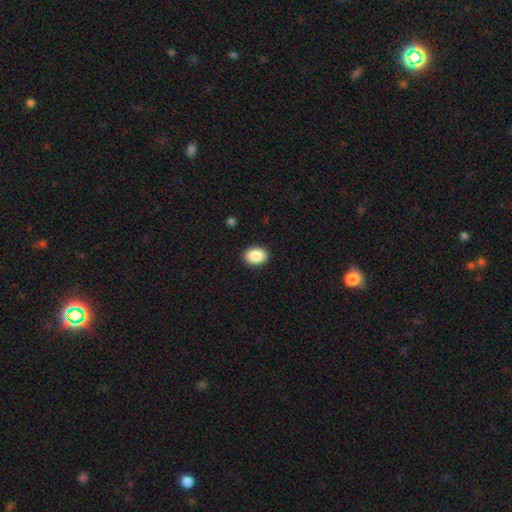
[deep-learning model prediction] Morphology: type=smooth (89%); roundness=in between (74%); merging=none (91%).